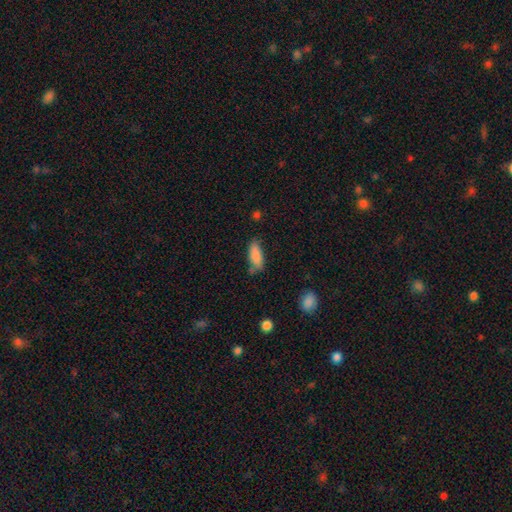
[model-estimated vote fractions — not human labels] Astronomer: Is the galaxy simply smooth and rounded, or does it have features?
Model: smooth — 86%.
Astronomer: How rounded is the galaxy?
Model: in between — 73%.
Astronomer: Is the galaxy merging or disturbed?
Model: none — 67%.